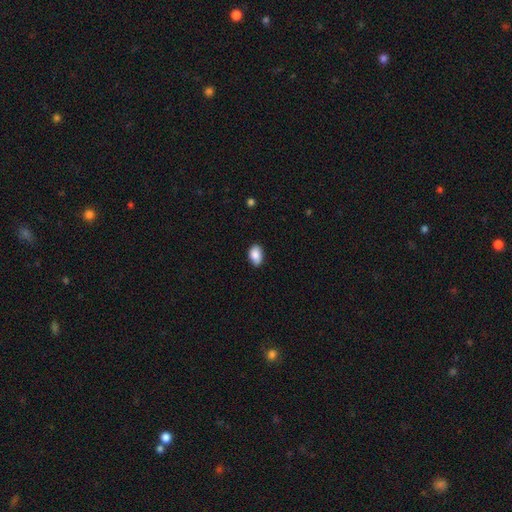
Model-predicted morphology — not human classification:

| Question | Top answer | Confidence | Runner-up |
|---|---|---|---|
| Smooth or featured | smooth | 88% | star or artifact (7%) |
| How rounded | in between | 88% | round (10%) |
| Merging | none | 85% | minor disturbance (12%) |